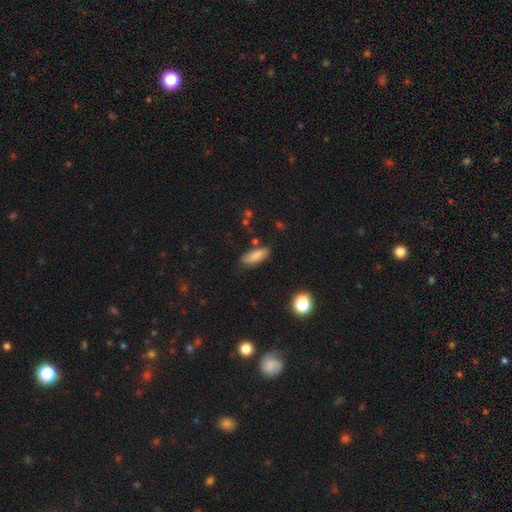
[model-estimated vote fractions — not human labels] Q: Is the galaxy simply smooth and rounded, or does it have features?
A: smooth — 82%.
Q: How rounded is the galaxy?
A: in between — 74%.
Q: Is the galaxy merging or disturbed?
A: none — 72%.